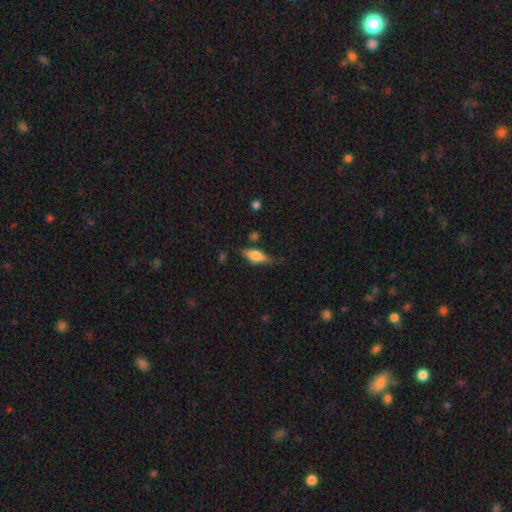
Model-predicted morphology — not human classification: type=smooth (60%); roundness=in between (63%); merging=none (68%).